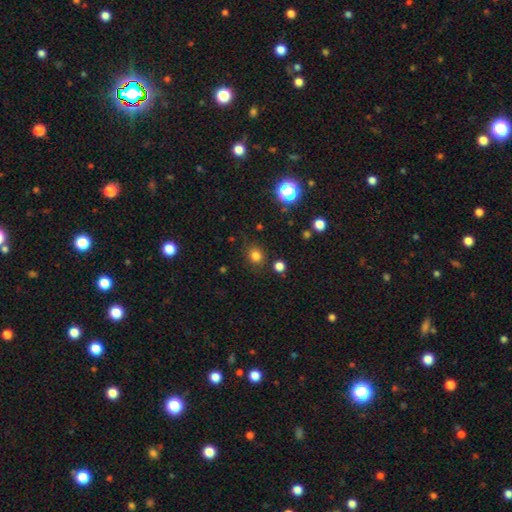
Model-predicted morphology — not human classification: type=smooth (79%); roundness=round (75%); merging=none (82%).